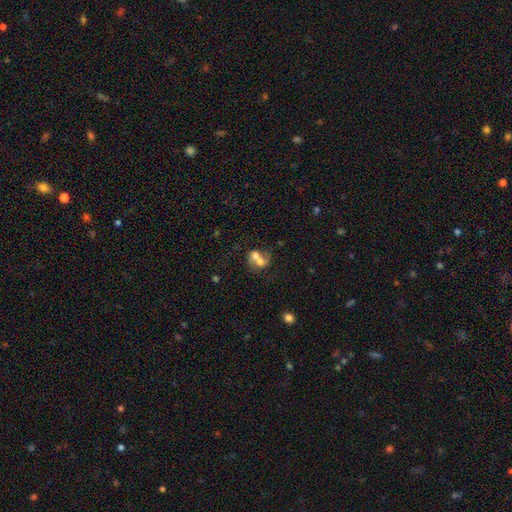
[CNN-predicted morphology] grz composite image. It shows a smooth galaxy with no disk features (51%) that is round (57%). Merging: merger (67%).